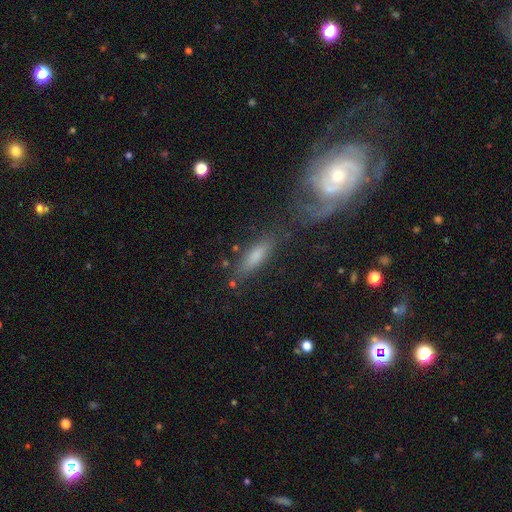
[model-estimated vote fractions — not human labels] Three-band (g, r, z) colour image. It shows a smooth galaxy with no disk features (64%) that is cigar-shaped (63%). Merging: none (68%).